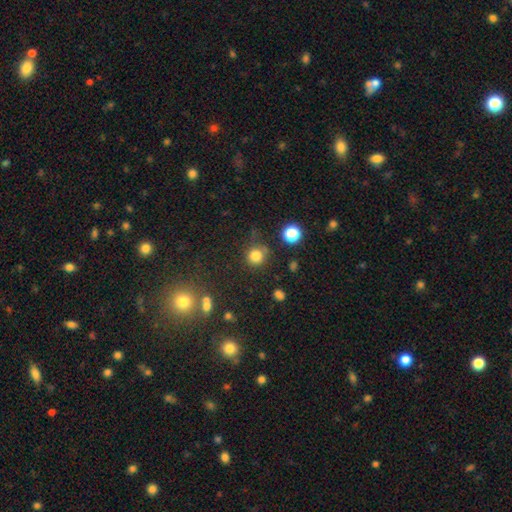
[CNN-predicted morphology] Smooth or featured? smooth (79%)
How rounded? round (90%)
Merging? none (73%)